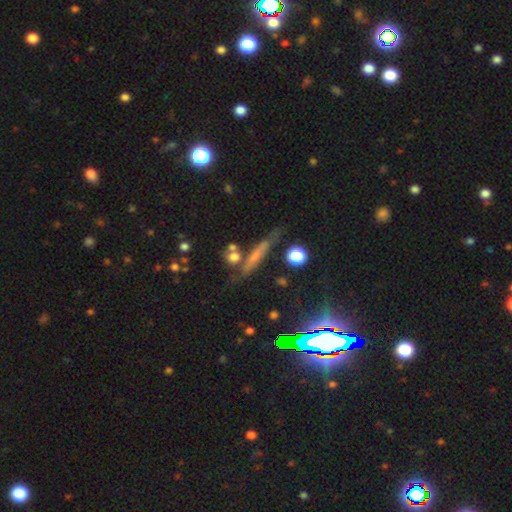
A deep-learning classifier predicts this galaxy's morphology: A smooth galaxy with no disk features (48%).

Vote fractions:
- Smooth or featured? smooth: 48% / featured or disk: 39% / star or artifact: 13%
- Merging? none: 67% / minor disturbance: 17% / merger: 10% / major disturbance: 6%